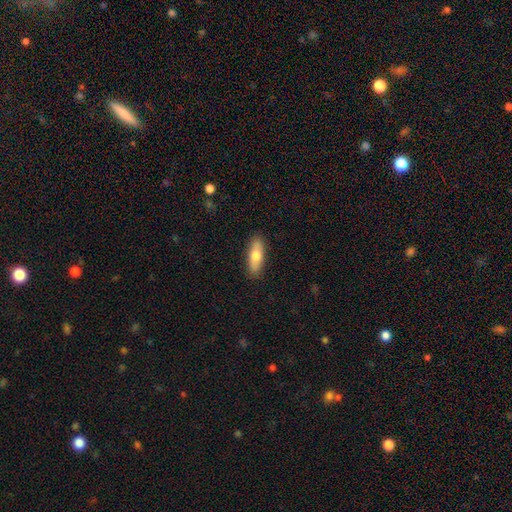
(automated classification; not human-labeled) Morphology: type=smooth (72%); roundness=in between (61%); merging=none (88%).